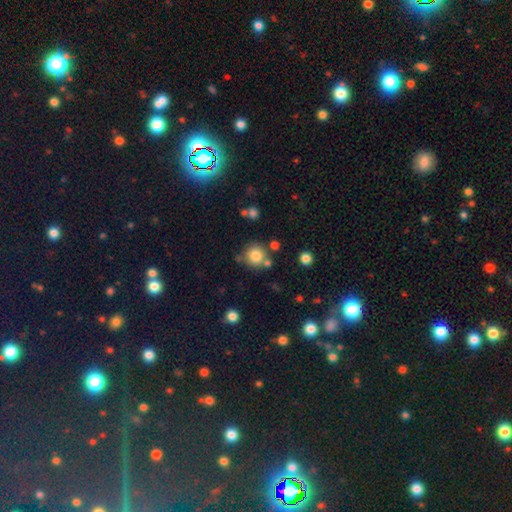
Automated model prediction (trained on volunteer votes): Morphology: type=smooth (81%); roundness=round (92%); merging=none (73%).